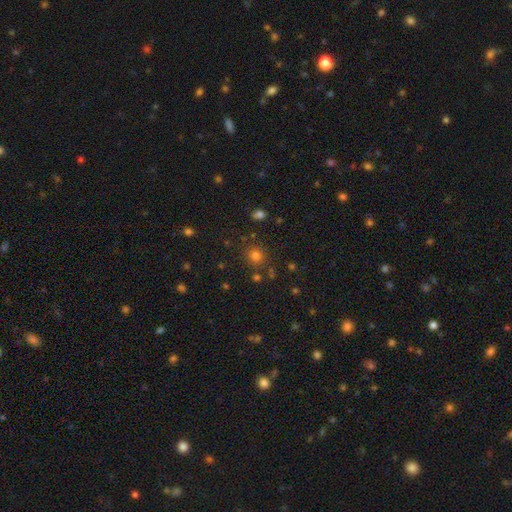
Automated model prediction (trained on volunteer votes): Overall: smooth (76%). How rounded: round (87%). Merging: none (82%).